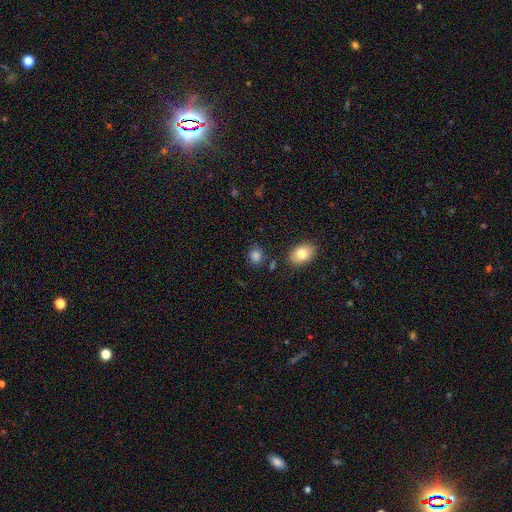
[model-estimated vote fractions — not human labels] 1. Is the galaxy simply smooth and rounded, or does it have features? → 84% smooth, 11% star or artifact, 5% featured or disk.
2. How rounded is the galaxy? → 66% round, 33% in between, 1% cigar-shaped.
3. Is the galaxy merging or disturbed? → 81% none, 11% minor disturbance, 5% merger, 3% major disturbance.